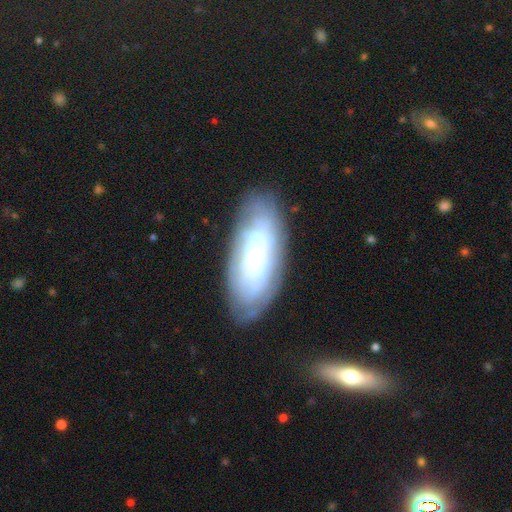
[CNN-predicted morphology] Smooth or featured? Predicted: featured or disk (p=0.61). Edge-on disk? Predicted: no (p=0.86). Bar? Predicted: no (p=0.77). Spiral arms? Predicted: yes (p=0.72). Bulge size? Predicted: small (p=0.59). Merging? Predicted: none (p=0.73).